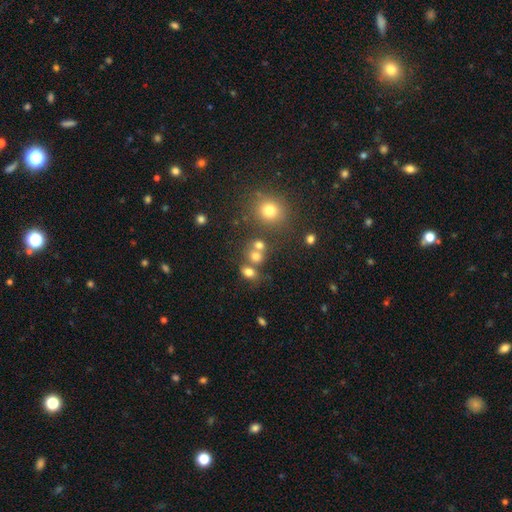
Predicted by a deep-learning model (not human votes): The model was most divided on "merging": none: 46%, merger: 38%, minor disturbance: 10%, major disturbance: 6%. More confident: smooth or featured — smooth (71%); how rounded — round (63%).